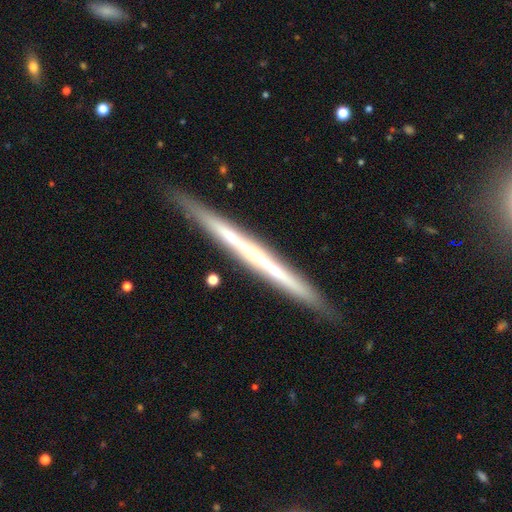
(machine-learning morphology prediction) type=featured or disk (64%); edge-on=yes (97%); edge-on bulge=none (88%); merging=none (89%).